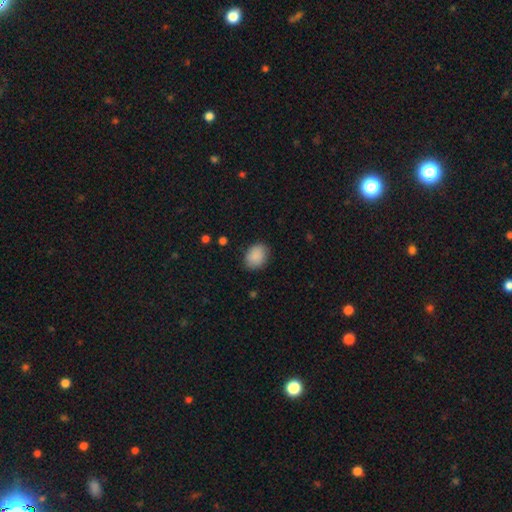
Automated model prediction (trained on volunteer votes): This appears to be a smooth galaxy with no disk features (89%) that is in between round and cigar-shaped (60%). Merging: none (83%).